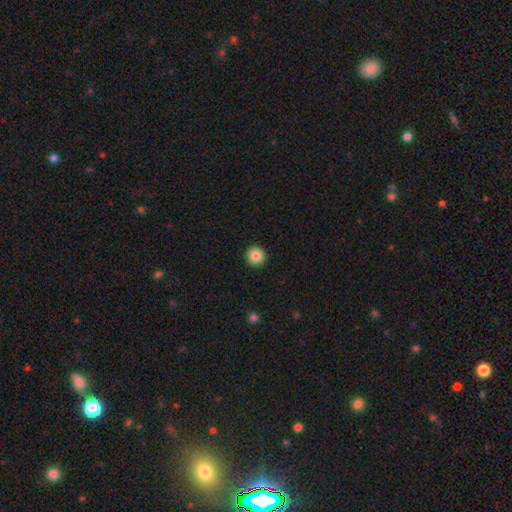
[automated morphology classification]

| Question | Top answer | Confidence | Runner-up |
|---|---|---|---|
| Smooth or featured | smooth | 85% | star or artifact (9%) |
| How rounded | round | 95% | in between (4%) |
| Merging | none | 93% | minor disturbance (5%) |